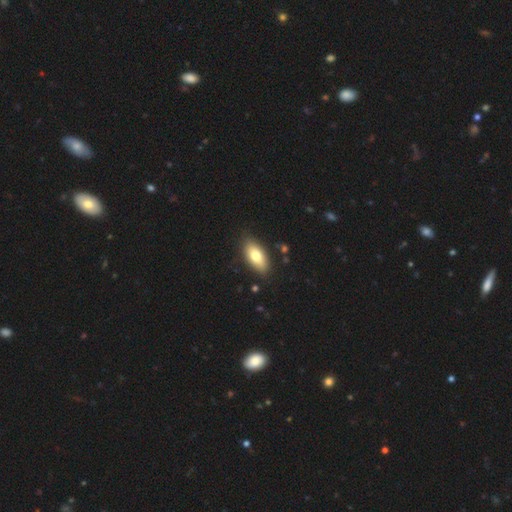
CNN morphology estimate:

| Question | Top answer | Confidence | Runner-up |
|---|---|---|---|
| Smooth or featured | smooth | 74% | featured or disk (19%) |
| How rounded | in between | 89% | cigar-shaped (8%) |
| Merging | none | 85% | minor disturbance (11%) |